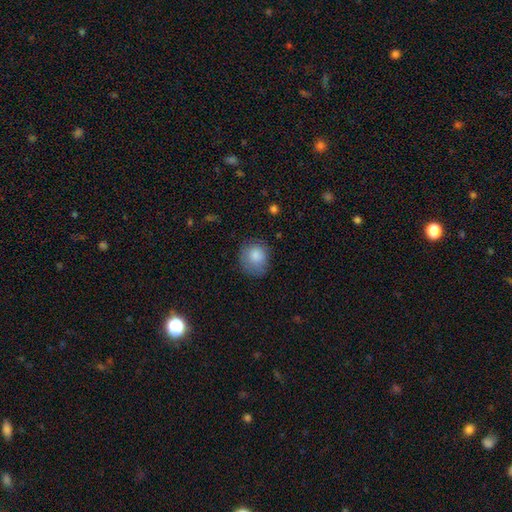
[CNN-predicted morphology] Smooth or featured? Predicted: smooth (p=0.84). How rounded? Predicted: round (p=0.79). Merging? Predicted: none (p=0.68).